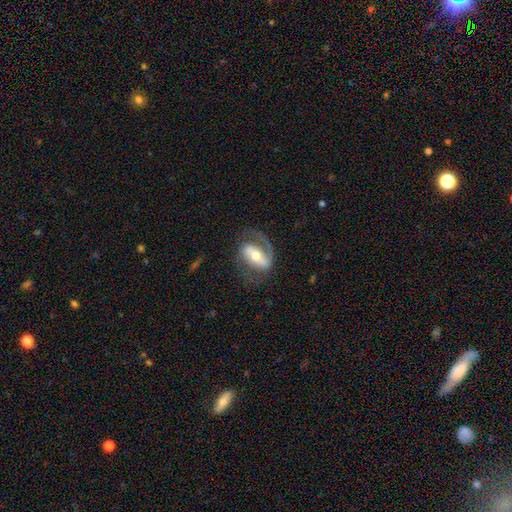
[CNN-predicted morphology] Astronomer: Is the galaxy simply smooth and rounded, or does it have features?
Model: featured or disk — 79%.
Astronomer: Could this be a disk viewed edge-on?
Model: no — 95%.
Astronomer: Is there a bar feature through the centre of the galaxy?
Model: strong — 47% (runner-up: weak, 32%).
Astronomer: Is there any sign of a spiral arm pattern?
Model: yes — 90%.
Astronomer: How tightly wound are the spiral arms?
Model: medium — 47% (runner-up: loose, 28%).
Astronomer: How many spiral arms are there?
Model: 2 — 63%.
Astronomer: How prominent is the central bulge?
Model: moderate — 68%.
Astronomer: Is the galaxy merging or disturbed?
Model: none — 61%.